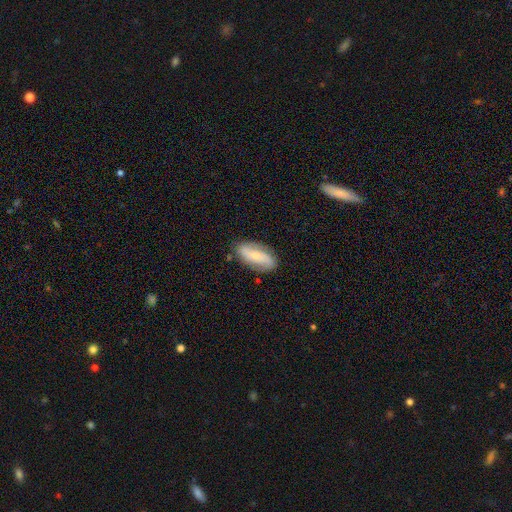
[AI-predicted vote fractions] A featured or disk galaxy (51%). Merging: none (81%).